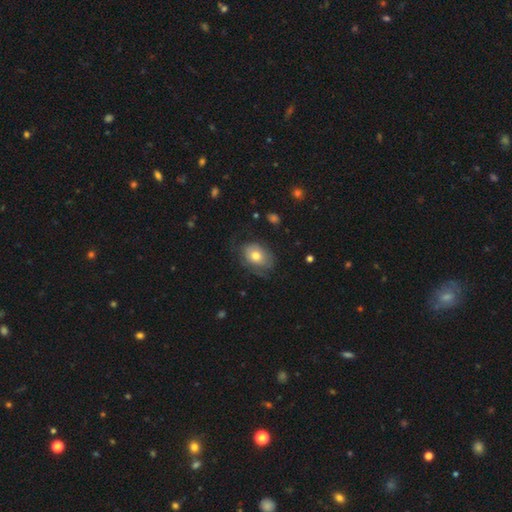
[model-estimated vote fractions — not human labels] Overall: smooth (67%). How rounded: in between (71%). Merging: none (59%; minor disturbance 26%).